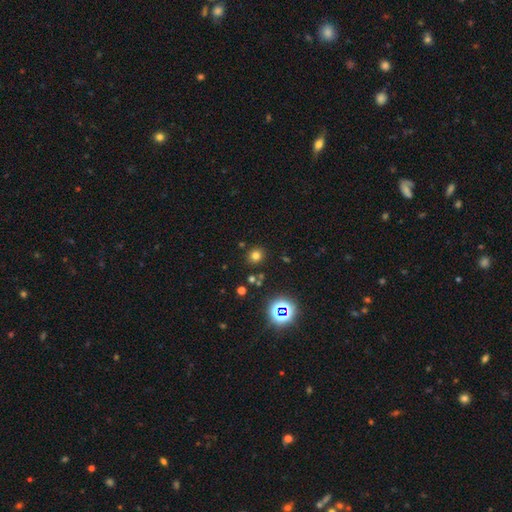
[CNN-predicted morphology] Smooth or featured: smooth — 72% (star or artifact — 21%)
How rounded: round — 82% (in between — 17%)
Merging: none — 85% (minor disturbance — 8%)